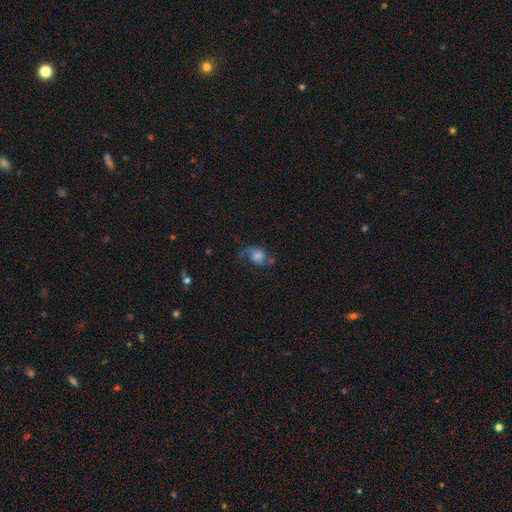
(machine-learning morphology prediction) featured or disk 72%, smooth 17%, star or artifact 11%. Down the decision tree: edge-on disk — no (96%); bar — no (69%); spiral arms — yes (94%); spiral arm count — 2 (74%); spiral winding — loose (56%); bulge size — moderate (38%); merging — none (59%).